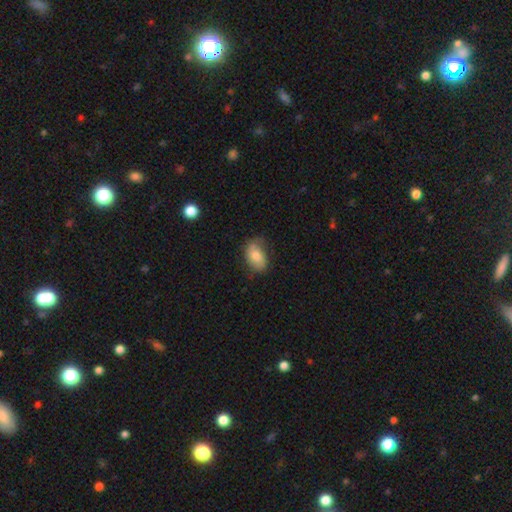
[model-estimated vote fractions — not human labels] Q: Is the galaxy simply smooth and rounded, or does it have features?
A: smooth — 68%.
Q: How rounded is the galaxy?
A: in between — 89%.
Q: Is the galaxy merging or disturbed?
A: none — 65%.